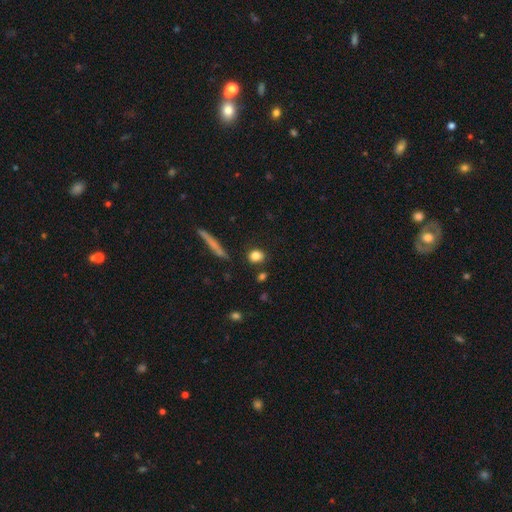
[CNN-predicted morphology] smooth-or-featured: smooth: 83% | star or artifact: 10% | featured or disk: 8%
  how-rounded: round: 54% | in between: 41% | cigar-shaped: 5%
  merging: none: 82% | minor disturbance: 10% | merger: 5% | major disturbance: 3%